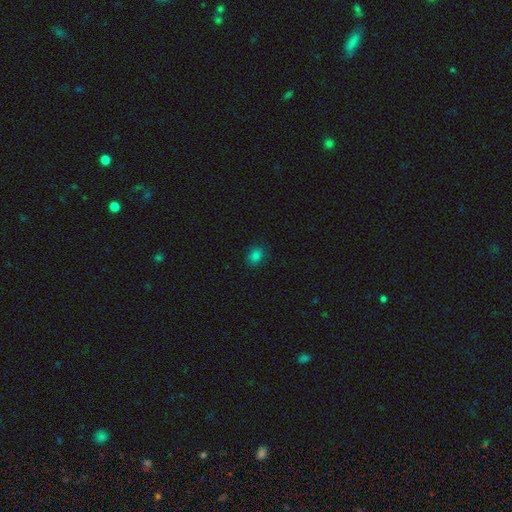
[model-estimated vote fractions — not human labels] Smooth or featured: smooth — 81% (star or artifact — 15%)
How rounded: in between — 52% (round — 47%)
Merging: none — 86% (minor disturbance — 11%)